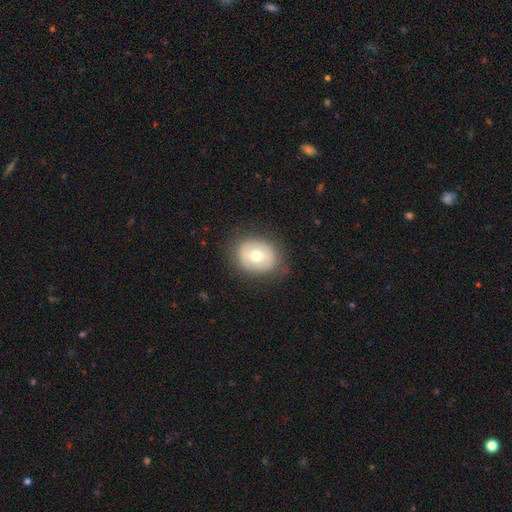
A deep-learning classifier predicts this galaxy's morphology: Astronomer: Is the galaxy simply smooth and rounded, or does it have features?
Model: smooth — 57% (runner-up: featured or disk, 36%).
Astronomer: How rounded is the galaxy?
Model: round — 60% (runner-up: in between, 39%).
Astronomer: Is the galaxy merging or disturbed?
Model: none — 79%.